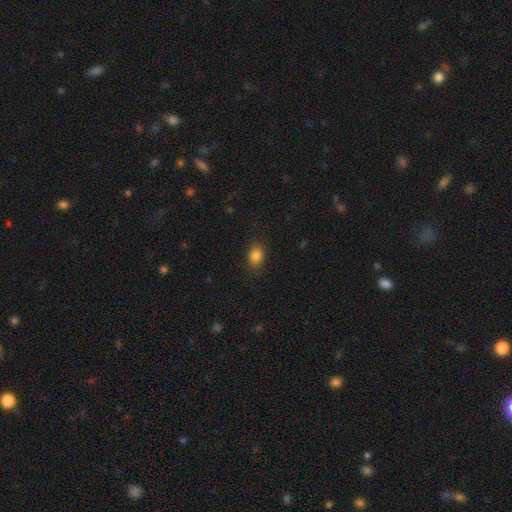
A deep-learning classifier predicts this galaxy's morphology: type=smooth (84%); roundness=in between (70%); merging=none (84%).